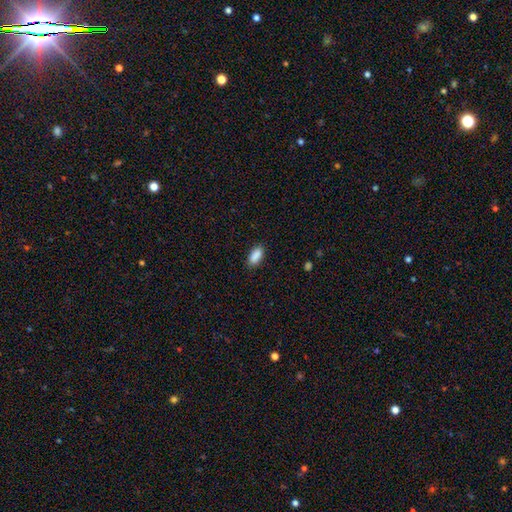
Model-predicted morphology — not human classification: Smooth or featured?
  - smooth: 89% *
  - star or artifact: 7%
  - featured or disk: 3%
How rounded?
  - in between: 89% *
  - cigar-shaped: 9%
  - round: 3%
Merging?
  - none: 88% *
  - minor disturbance: 9%
  - major disturbance: 2%
  - merger: 1%